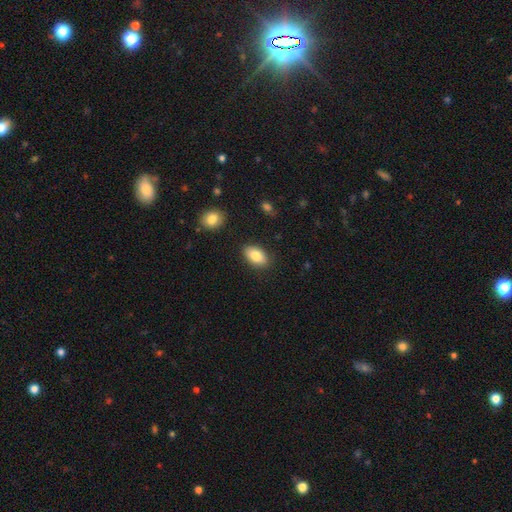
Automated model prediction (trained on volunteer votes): A smooth galaxy with no disk features (83%) that is in between round and cigar-shaped (93%).

Vote fractions:
- Smooth or featured? smooth: 83% / featured or disk: 10% / star or artifact: 7%
- How rounded? in between: 93% / round: 5% / cigar-shaped: 2%
- Merging? none: 86% / minor disturbance: 10% / major disturbance: 2% / merger: 2%